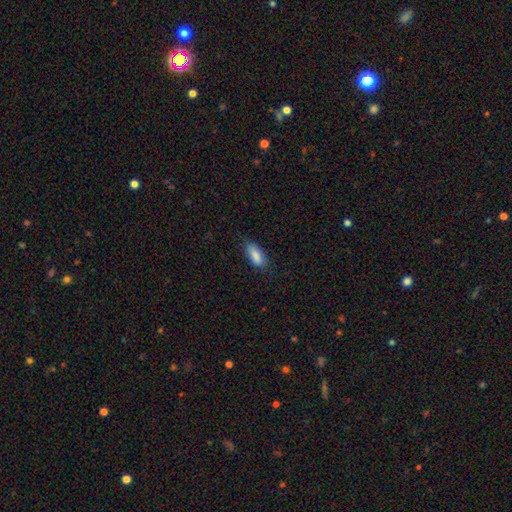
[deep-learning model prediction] Morphology: type=smooth (87%); roundness=in between (79%); merging=none (79%).